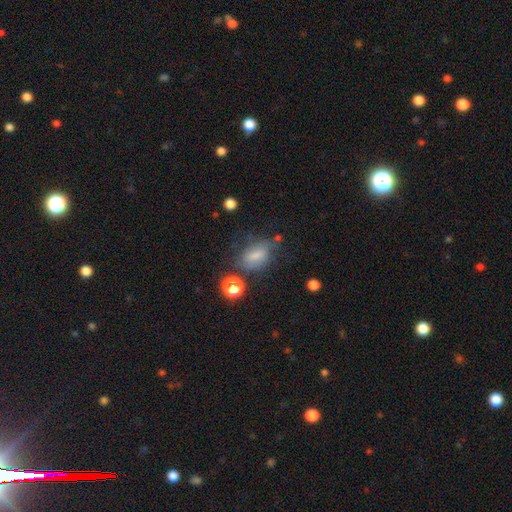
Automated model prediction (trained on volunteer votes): This is likely a smooth galaxy (70%). How rounded: clearly in between (80%). Merging: possibly none (49%).